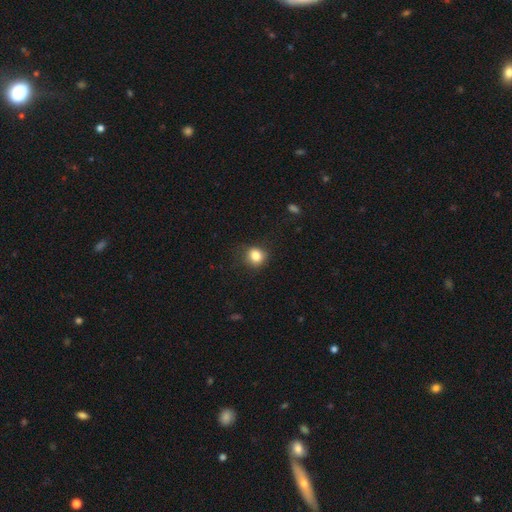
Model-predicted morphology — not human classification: smooth-or-featured: smooth: 83% | star or artifact: 11% | featured or disk: 6%
  how-rounded: round: 78% | in between: 21% | cigar-shaped: 1%
  merging: none: 80% | minor disturbance: 15% | major disturbance: 4% | merger: 1%